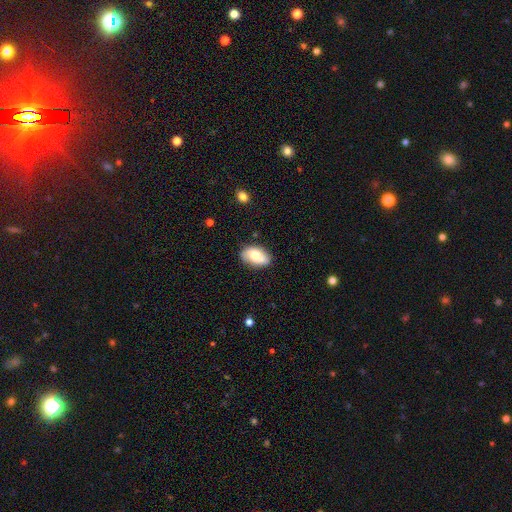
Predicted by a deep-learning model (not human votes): A smooth galaxy with no disk features (65%) that is in between round and cigar-shaped (91%).

Vote fractions:
- Smooth or featured? smooth: 65% / featured or disk: 27% / star or artifact: 8%
- How rounded? in between: 91% / round: 7% / cigar-shaped: 2%
- Merging? none: 77% / minor disturbance: 18% / major disturbance: 4% / merger: 2%